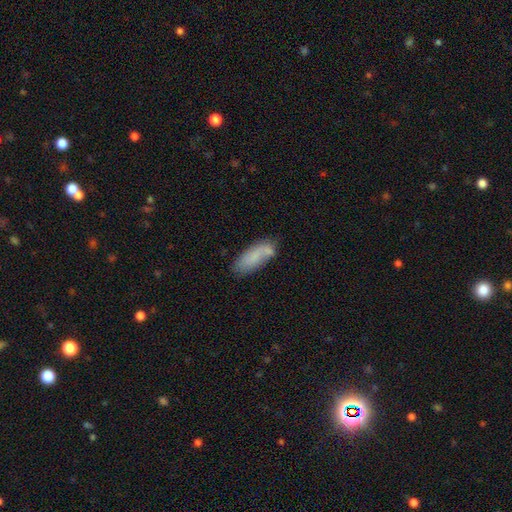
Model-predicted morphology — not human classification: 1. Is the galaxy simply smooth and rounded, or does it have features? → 72% smooth, 21% featured or disk, 8% star or artifact.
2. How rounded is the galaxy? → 69% in between, 29% cigar-shaped, 2% round.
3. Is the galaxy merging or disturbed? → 61% none, 23% minor disturbance, 10% merger, 7% major disturbance.